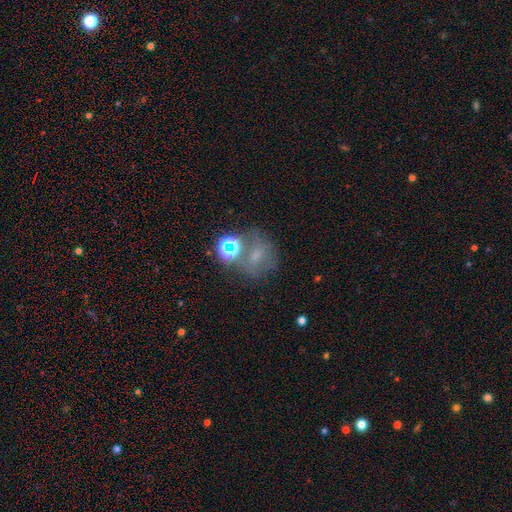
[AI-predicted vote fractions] A smooth galaxy with no disk features (37%). Merging: none (49%).